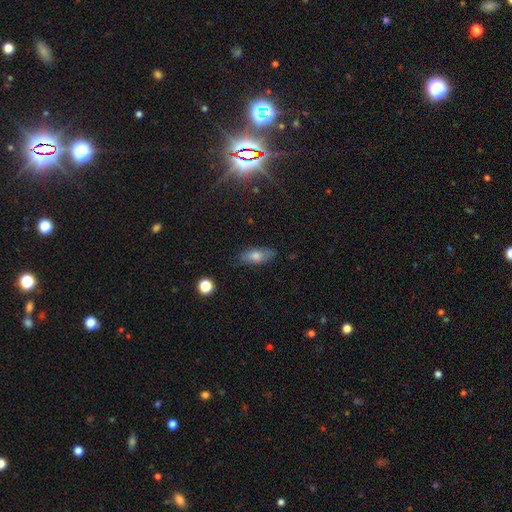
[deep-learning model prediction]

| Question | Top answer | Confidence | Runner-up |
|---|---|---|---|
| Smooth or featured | smooth | 64% | featured or disk (21%) |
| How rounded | in between | 78% | cigar-shaped (18%) |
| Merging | none | 84% | minor disturbance (12%) |